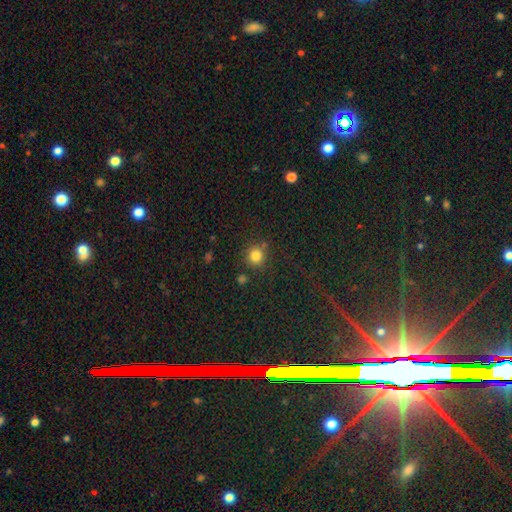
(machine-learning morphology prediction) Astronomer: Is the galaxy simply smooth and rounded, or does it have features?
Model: smooth — 80%.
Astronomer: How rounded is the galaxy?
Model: round — 91%.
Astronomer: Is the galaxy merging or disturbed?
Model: none — 78%.